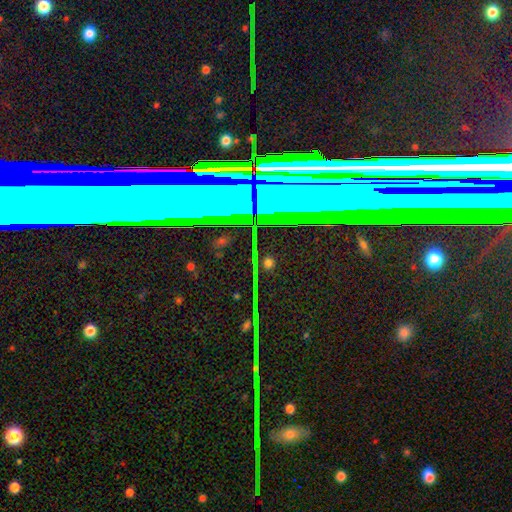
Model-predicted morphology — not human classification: The model was most divided on "smooth or featured": star or artifact: 63%, featured or disk: 23%, smooth: 14%.